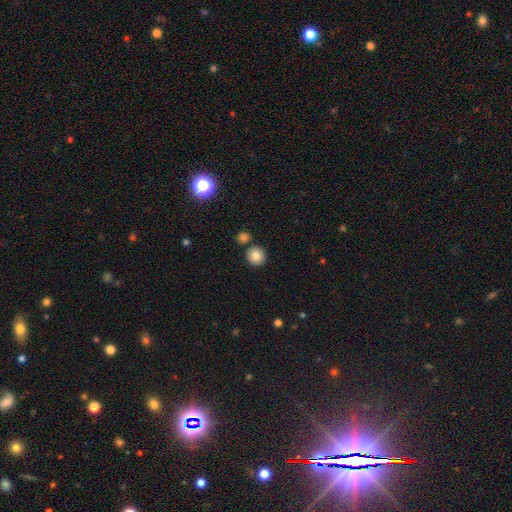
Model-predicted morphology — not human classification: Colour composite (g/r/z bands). It shows a smooth galaxy with no disk features (85%) that is round (92%). Merging: none (81%).